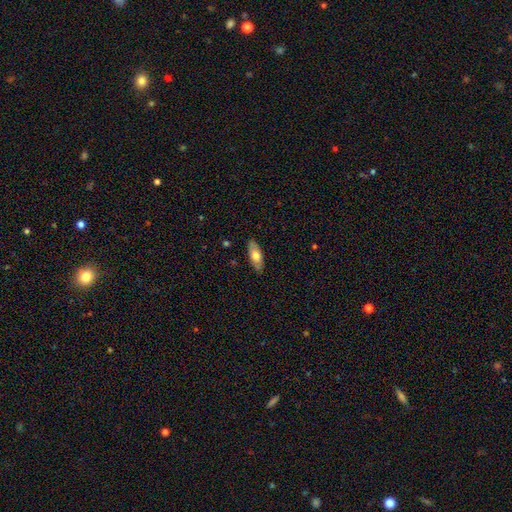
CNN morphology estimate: smooth-or-featured: smooth: 64% | featured or disk: 30% | star or artifact: 6%
  how-rounded: in between: 79% | cigar-shaped: 19% | round: 2%
  merging: none: 86% | minor disturbance: 11% | major disturbance: 2% | merger: 1%